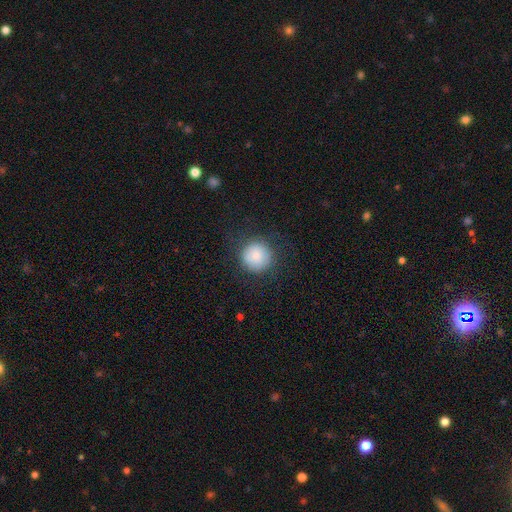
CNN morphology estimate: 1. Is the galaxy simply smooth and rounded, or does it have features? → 82% smooth, 10% featured or disk, 9% star or artifact.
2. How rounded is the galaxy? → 95% round, 4% in between, 1% cigar-shaped.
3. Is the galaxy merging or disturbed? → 83% none, 11% minor disturbance, 5% major disturbance, 1% merger.